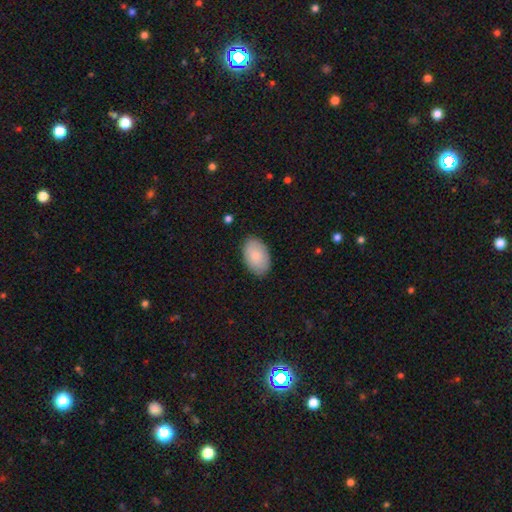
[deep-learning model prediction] The model was most divided on "smooth or featured": smooth: 83%, featured or disk: 11%, star or artifact: 6%. More confident: how rounded — in between (93%); merging — none (85%).